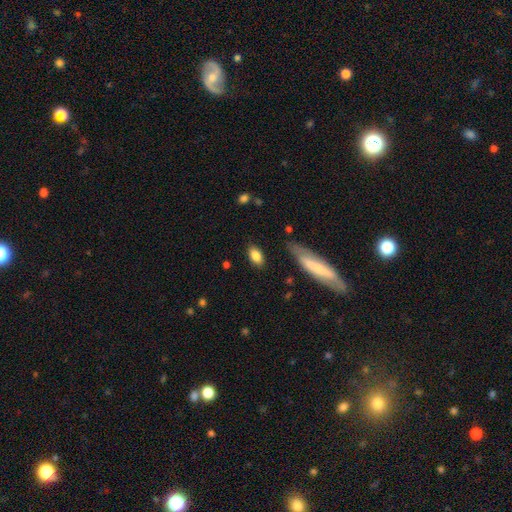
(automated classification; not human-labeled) Smooth or featured? Predicted: smooth (p=0.84). How rounded? Predicted: in between (p=0.88). Merging? Predicted: none (p=0.82).